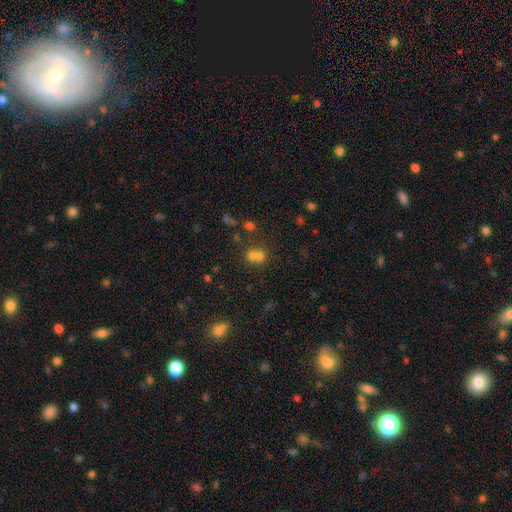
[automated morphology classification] smooth_or_featured: smooth (p=0.62) [alt: star or artifact p=0.21]
how_rounded: round (p=0.76) [alt: in between p=0.23]
merging: merger (p=0.57) [alt: none p=0.34]